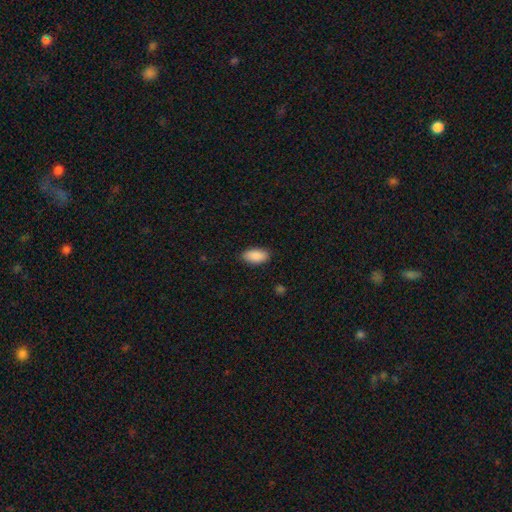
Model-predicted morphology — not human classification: type=smooth (90%); roundness=in between (93%); merging=none (86%).